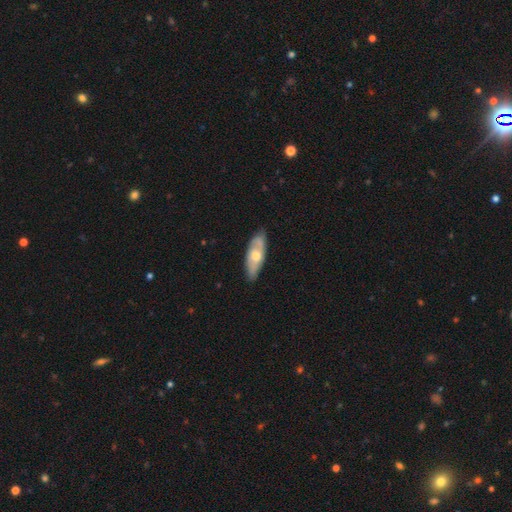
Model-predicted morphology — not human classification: This appears to be a featured or disk galaxy (49%). Merging: none (81%).